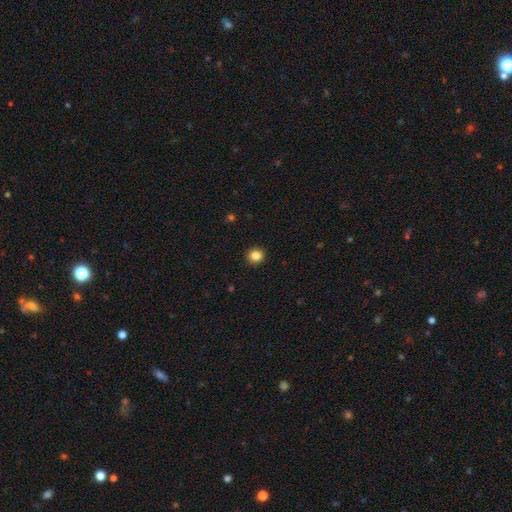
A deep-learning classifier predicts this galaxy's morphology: smooth_or_featured: smooth (p=0.85) [alt: star or artifact p=0.11]
how_rounded: round (p=0.86) [alt: in between p=0.13]
merging: none (p=0.92) [alt: minor disturbance p=0.05]